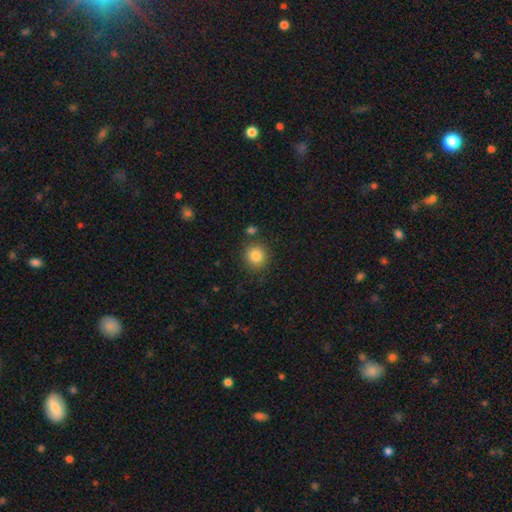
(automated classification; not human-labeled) Smooth or featured: smooth — 85% (star or artifact — 10%)
How rounded: round — 90% (in between — 9%)
Merging: none — 84% (minor disturbance — 8%)